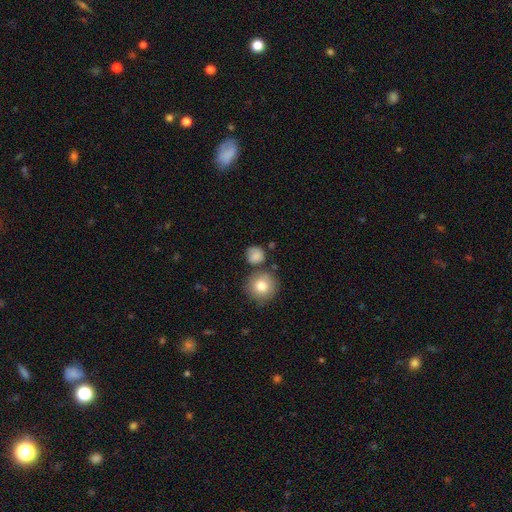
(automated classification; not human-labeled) This is likely a smooth galaxy (80%). How rounded: clearly round (83%). Merging: likely none (66%).